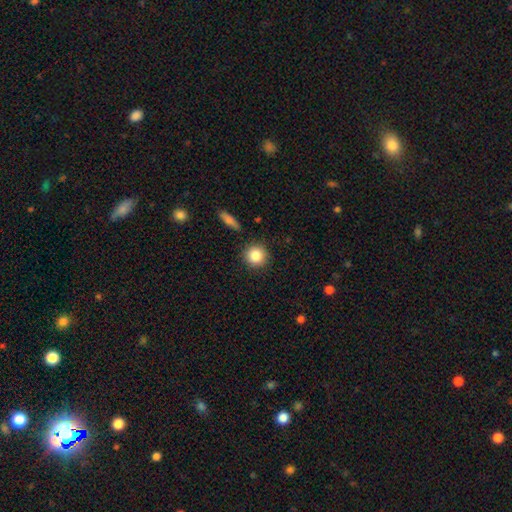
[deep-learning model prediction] Overall: smooth (86%). How rounded: round (92%). Merging: none (88%).